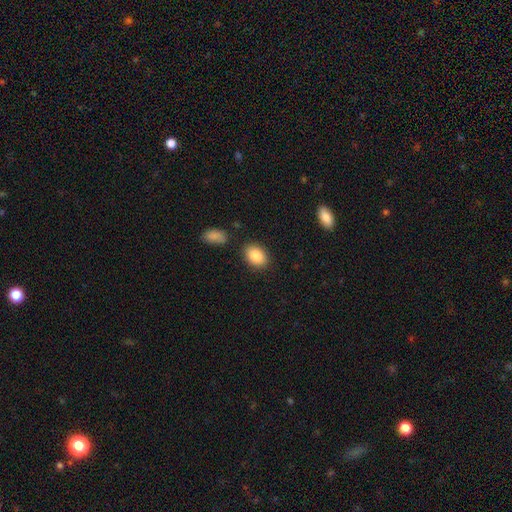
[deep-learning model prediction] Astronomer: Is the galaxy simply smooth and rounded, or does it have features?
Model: smooth — 87%.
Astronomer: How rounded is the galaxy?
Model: in between — 78%.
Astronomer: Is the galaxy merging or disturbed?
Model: none — 83%.